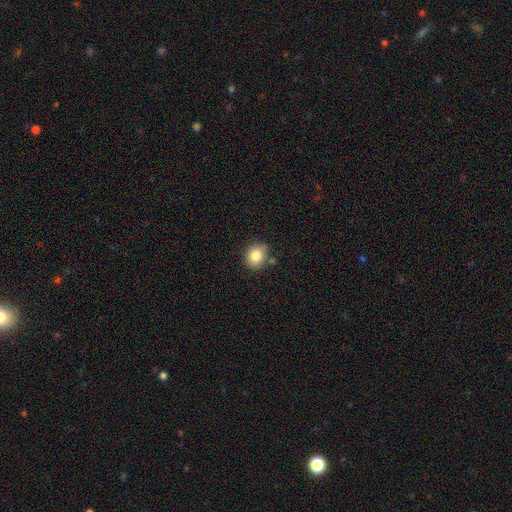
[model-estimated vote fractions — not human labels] Smooth or featured? Predicted: smooth (p=0.82). How rounded? Predicted: round (p=0.66). Merging? Predicted: none (p=0.73).